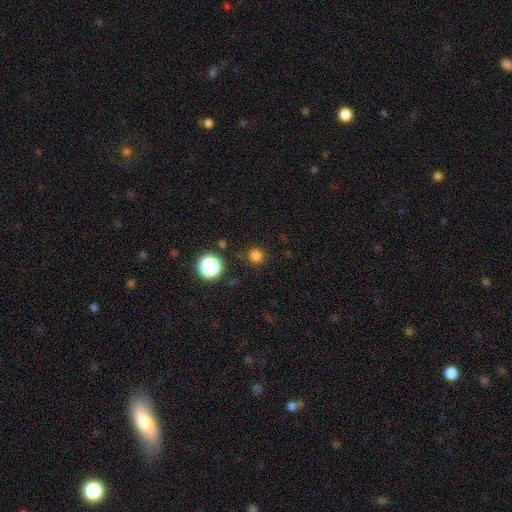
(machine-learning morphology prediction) Smooth or featured?
  - smooth: 78% *
  - star or artifact: 18%
  - featured or disk: 4%
How rounded?
  - round: 94% *
  - in between: 5%
  - cigar-shaped: 1%
Merging?
  - none: 87% *
  - minor disturbance: 8%
  - major disturbance: 3%
  - merger: 2%